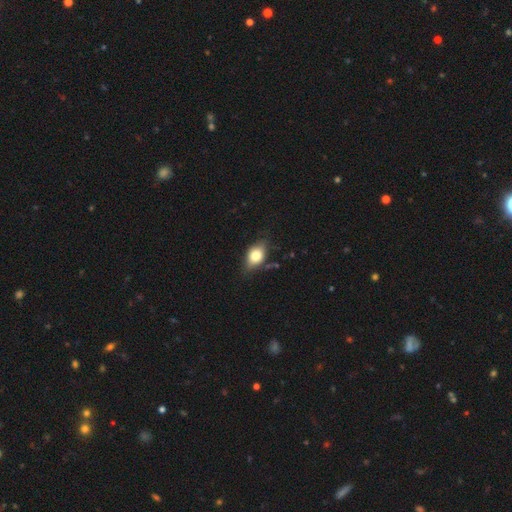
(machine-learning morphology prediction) Q: Smooth or featured?
A: smooth (71%); runner-up: featured or disk (20%)
Q: How rounded?
A: in between (75%); runner-up: round (21%)
Q: Merging?
A: none (68%); runner-up: minor disturbance (24%)